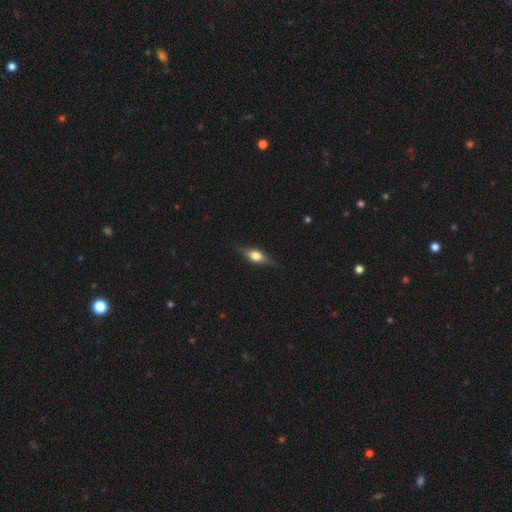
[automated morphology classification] featured or disk 50%, smooth 43%, star or artifact 8%. Down the decision tree: merging — none (82%).